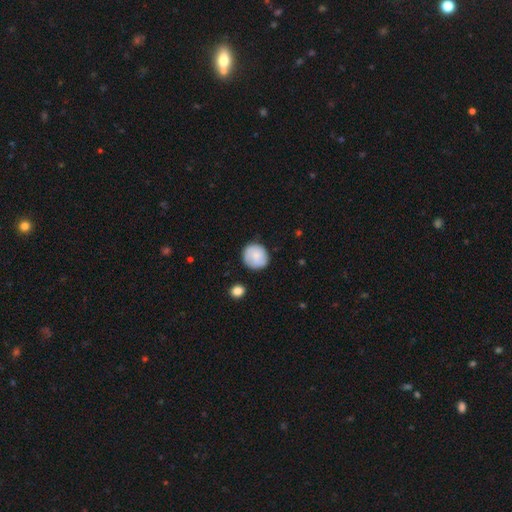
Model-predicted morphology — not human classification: This appears to be a smooth galaxy with no disk features (74%) that is round (90%). Merging: none (82%).